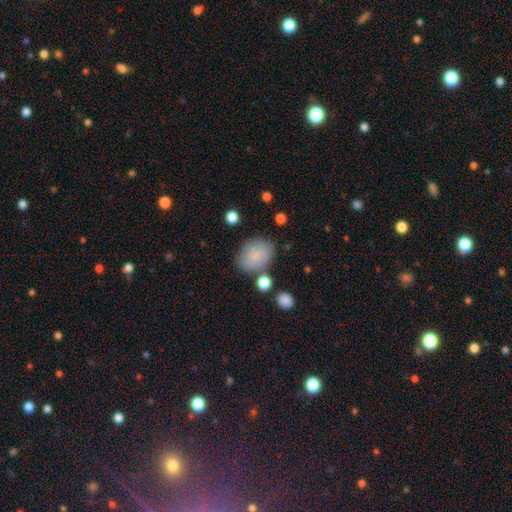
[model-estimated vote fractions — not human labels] Smooth or featured?
  - smooth: 79% *
  - featured or disk: 13%
  - star or artifact: 8%
How rounded?
  - in between: 65% *
  - round: 34%
  - cigar-shaped: 1%
Merging?
  - none: 72% *
  - minor disturbance: 17%
  - merger: 6%
  - major disturbance: 5%